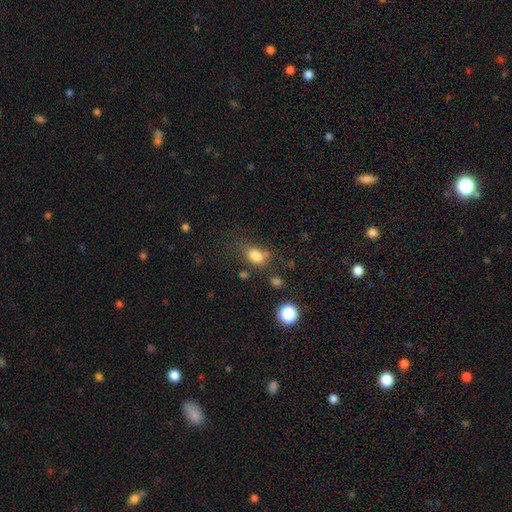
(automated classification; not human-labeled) A smooth galaxy with no disk features (80%) that is in between round and cigar-shaped (72%). Merging: none (50%).